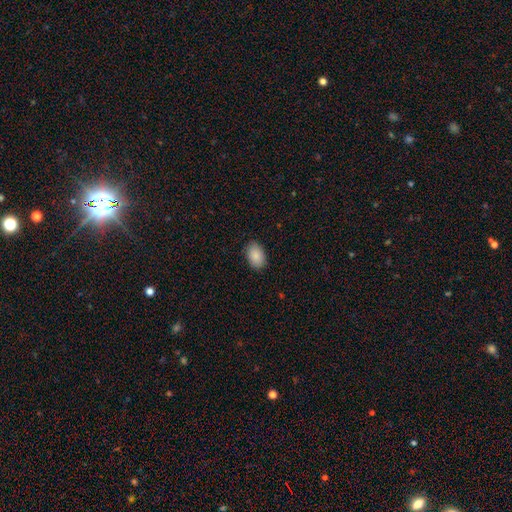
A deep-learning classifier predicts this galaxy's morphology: Smooth or featured?
  - smooth: 88% *
  - star or artifact: 7%
  - featured or disk: 5%
How rounded?
  - in between: 89% *
  - round: 10%
  - cigar-shaped: 1%
Merging?
  - none: 87% *
  - minor disturbance: 10%
  - major disturbance: 2%
  - merger: 1%